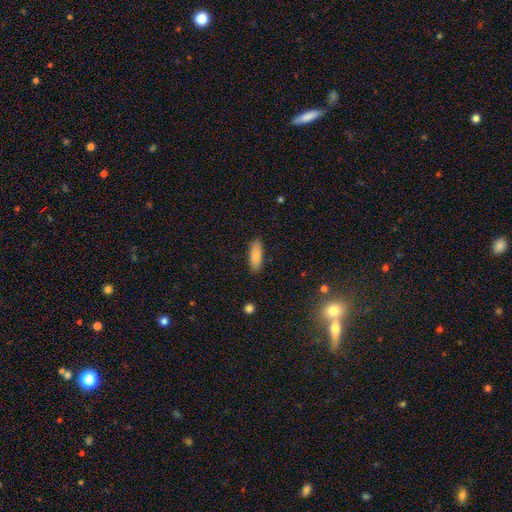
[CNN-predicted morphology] Smooth or featured? Predicted: smooth (p=0.87). How rounded? Predicted: in between (p=0.67). Merging? Predicted: none (p=0.88).